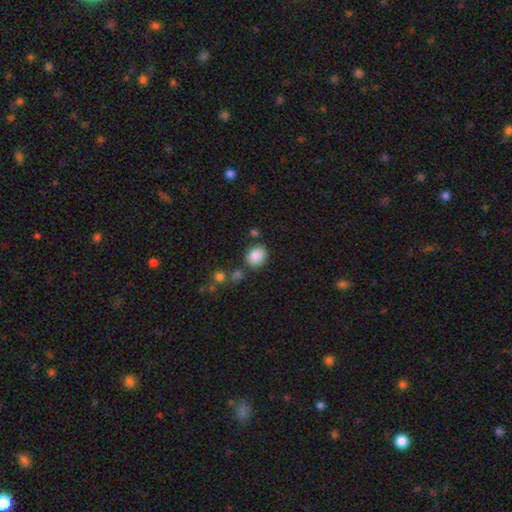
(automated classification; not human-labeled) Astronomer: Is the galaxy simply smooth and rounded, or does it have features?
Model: smooth — 87%.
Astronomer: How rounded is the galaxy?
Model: in between — 50% (runner-up: round, 49%).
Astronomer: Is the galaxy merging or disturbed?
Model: none — 73%.